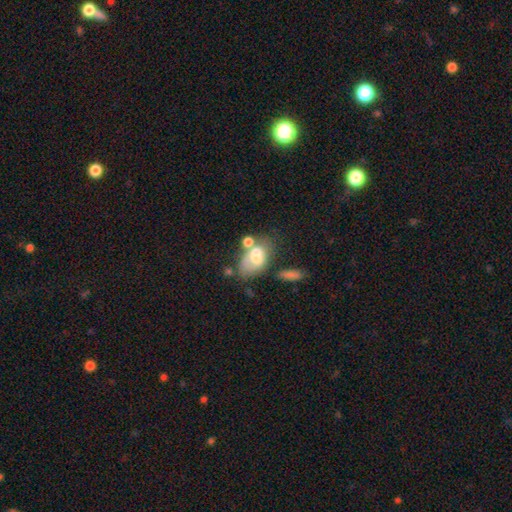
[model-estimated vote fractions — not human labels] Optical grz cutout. It shows a smooth galaxy with no disk features (55%) that is in between round and cigar-shaped (87%). Merging: merger (35%).